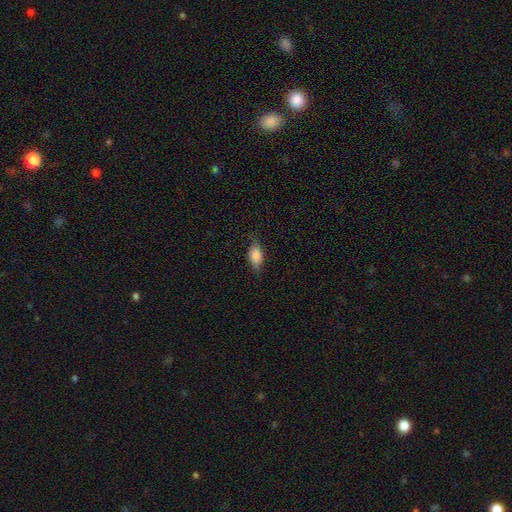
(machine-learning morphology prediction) Smooth or featured? smooth (81%)
How rounded? in between (86%)
Merging? none (73%)